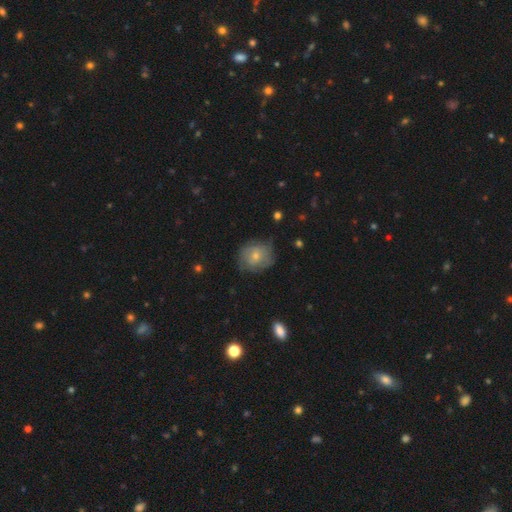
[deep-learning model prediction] A smooth galaxy with no disk features (57%) that is round (76%).

Vote fractions:
- Smooth or featured? smooth: 57% / featured or disk: 35% / star or artifact: 8%
- How rounded? round: 76% / in between: 23% / cigar-shaped: 1%
- Merging? none: 62% / minor disturbance: 27% / major disturbance: 10% / merger: 2%